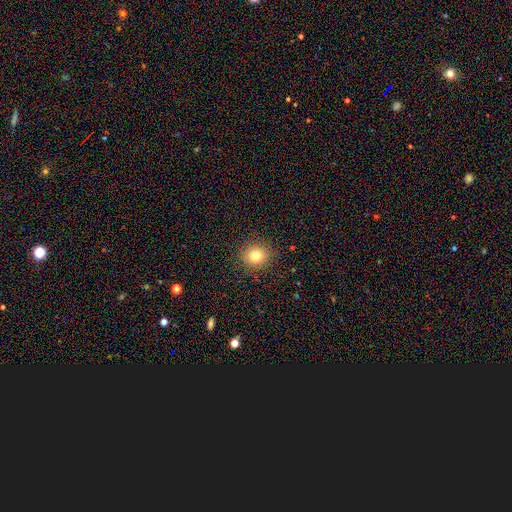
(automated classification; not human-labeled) A smooth galaxy with no disk features (78%) that is round (86%).

Vote fractions:
- Smooth or featured? smooth: 78% / star or artifact: 13% / featured or disk: 8%
- How rounded? round: 86% / in between: 13% / cigar-shaped: 1%
- Merging? none: 89% / minor disturbance: 7% / major disturbance: 3% / merger: 1%